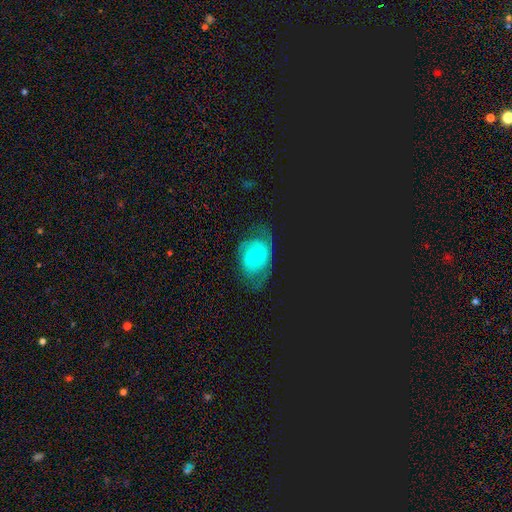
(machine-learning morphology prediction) Smooth or featured? Predicted: featured or disk (p=0.64). Edge-on disk? Predicted: no (p=0.96). Bar? Predicted: no (p=0.64). Spiral arms? Predicted: yes (p=0.84). Spiral winding? Predicted: medium (p=0.42). Spiral arm count? Predicted: 2 (p=0.61). Bulge size? Predicted: small (p=0.60). Merging? Predicted: none (p=0.58).